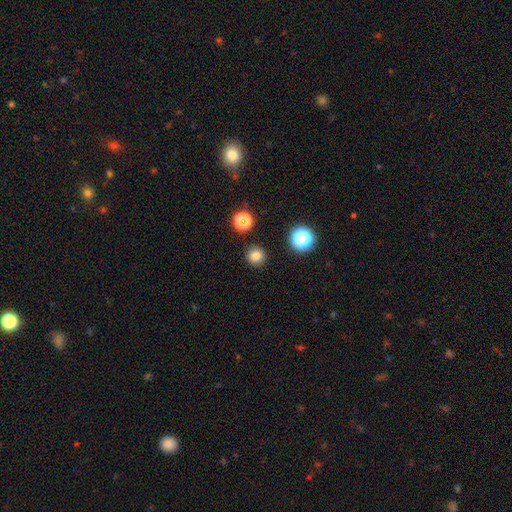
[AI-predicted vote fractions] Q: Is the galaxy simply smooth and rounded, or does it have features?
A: smooth — 81%.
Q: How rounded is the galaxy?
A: round — 94%.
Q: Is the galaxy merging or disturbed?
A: none — 91%.